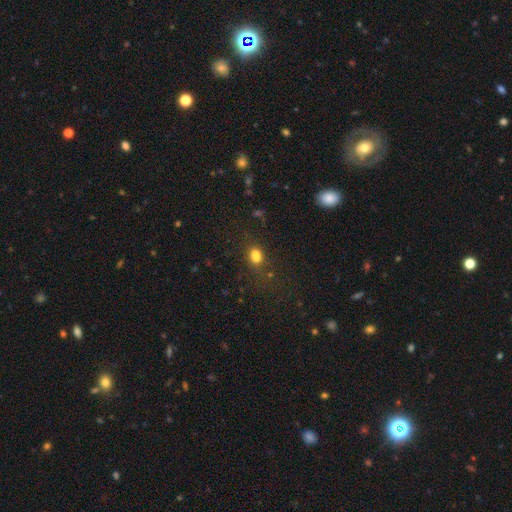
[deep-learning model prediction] This appears to be a smooth galaxy with no disk features (74%) that is in between round and cigar-shaped (64%). Merging: none (55%).